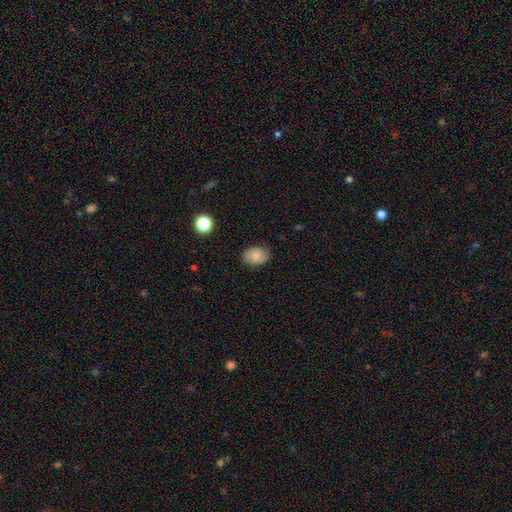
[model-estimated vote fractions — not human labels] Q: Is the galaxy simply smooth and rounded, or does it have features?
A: smooth — 68%.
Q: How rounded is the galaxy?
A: in between — 74%.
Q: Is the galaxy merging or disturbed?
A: none — 78%.